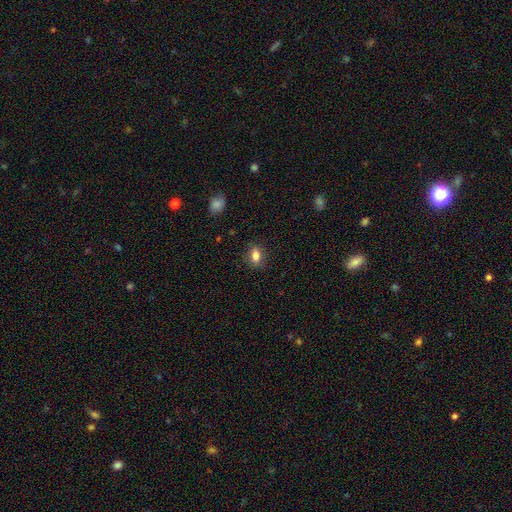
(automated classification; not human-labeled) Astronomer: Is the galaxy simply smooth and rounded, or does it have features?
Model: smooth — 81%.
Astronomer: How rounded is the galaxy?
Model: in between — 77%.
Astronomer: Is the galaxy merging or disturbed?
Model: none — 83%.